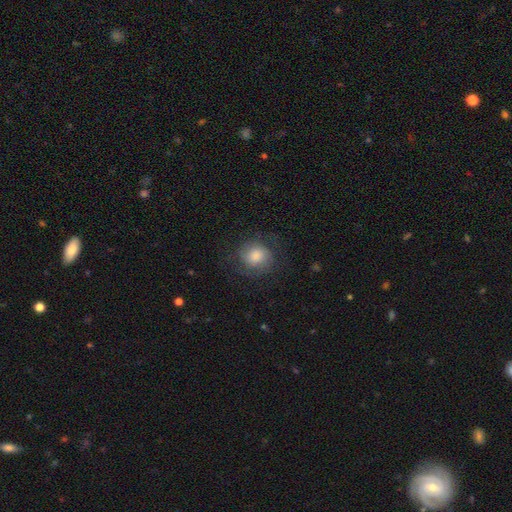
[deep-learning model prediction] This is possibly a smooth galaxy (51%). How rounded: clearly round (82%). Merging: likely none (75%).